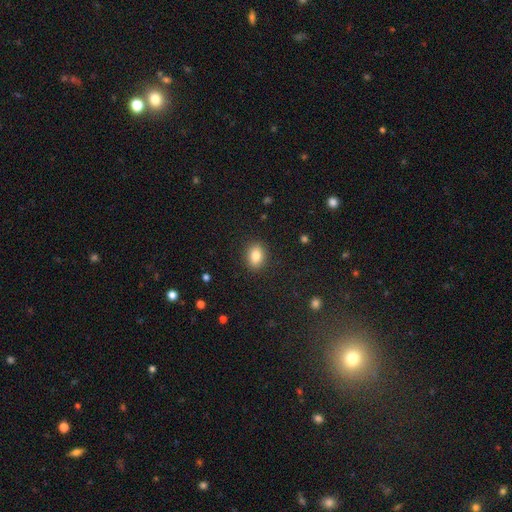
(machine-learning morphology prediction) smooth_or_featured: smooth (p=0.84) [alt: star or artifact p=0.09]
how_rounded: in between (p=0.71) [alt: round p=0.28]
merging: none (p=0.89) [alt: minor disturbance p=0.08]